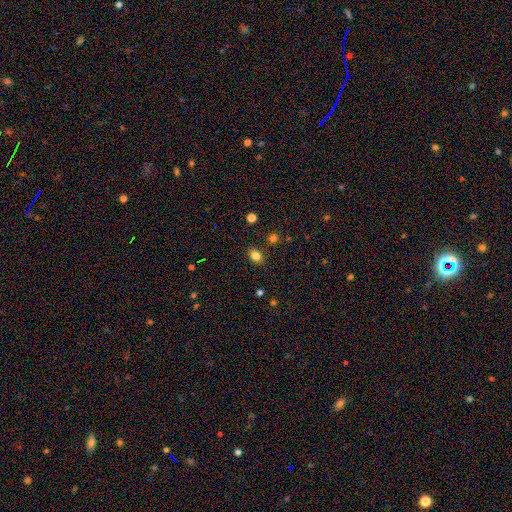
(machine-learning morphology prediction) A smooth galaxy with no disk features (82%) that is in between round and cigar-shaped (70%). Merging: none (85%).